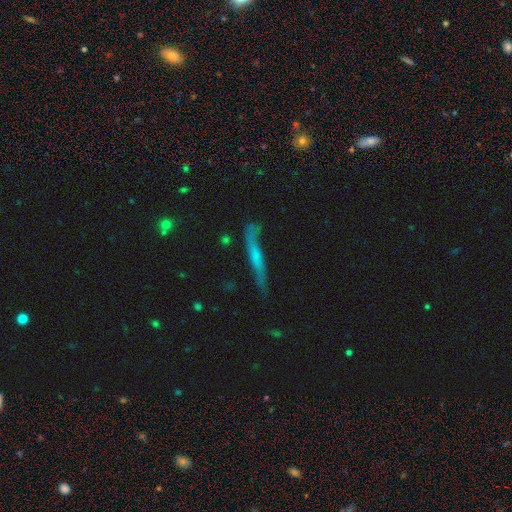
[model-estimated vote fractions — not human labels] smooth-or-featured: featured or disk: 49% | smooth: 42% | star or artifact: 9%
  merging: none: 64% | minor disturbance: 24% | major disturbance: 9% | merger: 4%